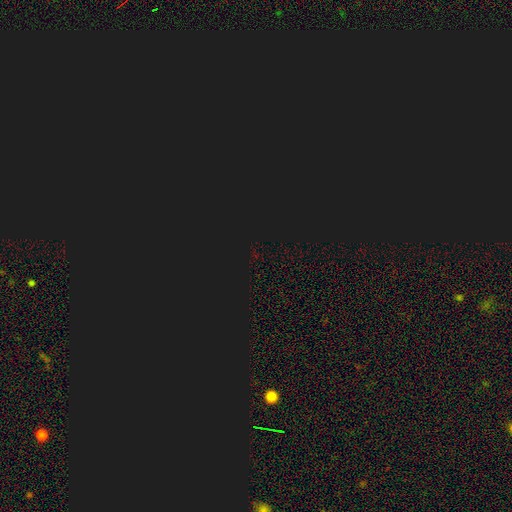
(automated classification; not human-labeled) Overall: star or artifact (83%).